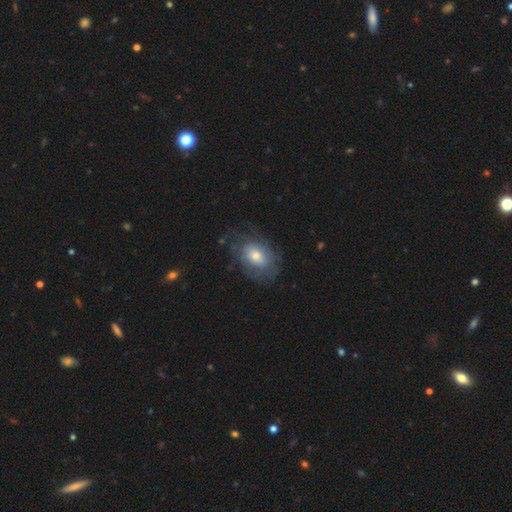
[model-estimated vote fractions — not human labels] Smooth or featured?
  - featured or disk: 51% *
  - smooth: 41%
  - star or artifact: 8%
Edge-on disk?
  - no: 94% *
  - yes: 6%
Merging?
  - none: 61% *
  - minor disturbance: 22%
  - major disturbance: 15%
  - merger: 1%